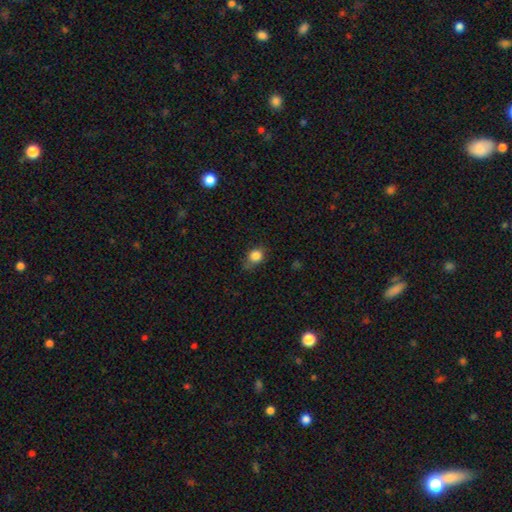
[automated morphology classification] smooth 84%, star or artifact 11%, featured or disk 6%. Down the decision tree: how rounded — round (66%); merging — none (63%).